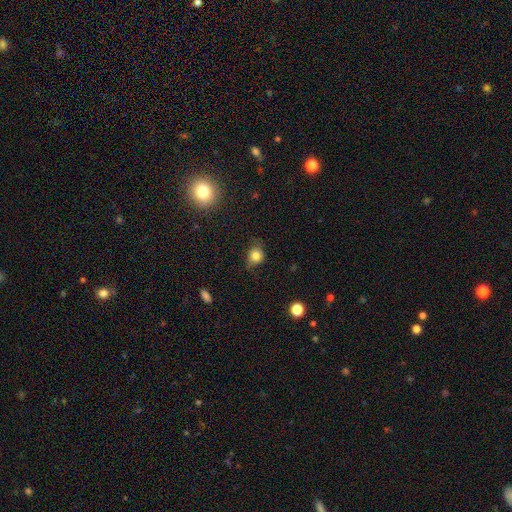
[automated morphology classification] A smooth galaxy with no disk features (79%) that is round (70%). Merging: none (62%).